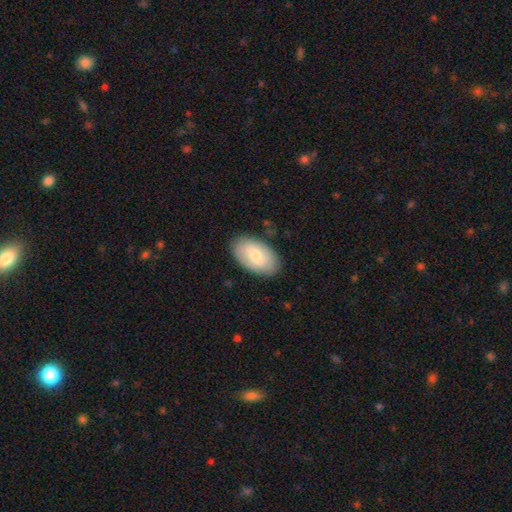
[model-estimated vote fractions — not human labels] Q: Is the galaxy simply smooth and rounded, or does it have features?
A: smooth — 74%.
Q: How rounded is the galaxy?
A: in between — 95%.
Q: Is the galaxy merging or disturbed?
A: none — 85%.